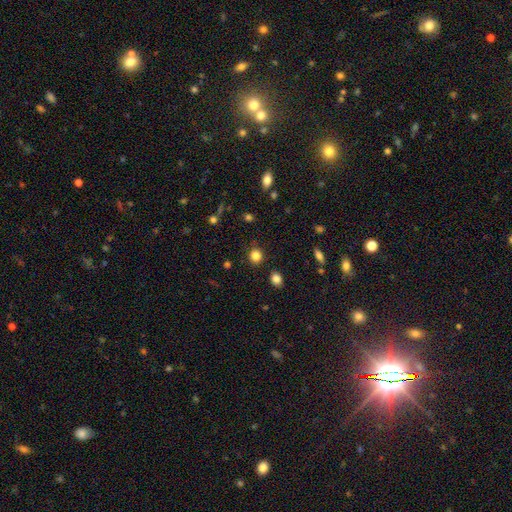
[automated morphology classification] A smooth galaxy with no disk features (84%) that is round (86%).

Vote fractions:
- Smooth or featured? smooth: 84% / star or artifact: 12% / featured or disk: 4%
- How rounded? round: 86% / in between: 13% / cigar-shaped: 1%
- Merging? none: 88% / minor disturbance: 7% / major disturbance: 3% / merger: 2%